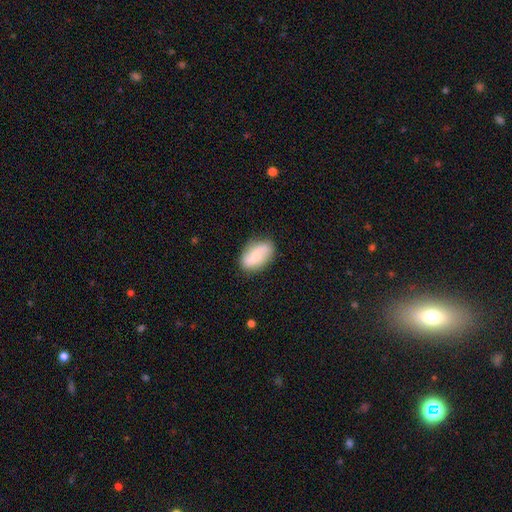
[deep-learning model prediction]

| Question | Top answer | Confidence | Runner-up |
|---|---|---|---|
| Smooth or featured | smooth | 51% | featured or disk (42%) |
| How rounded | in between | 90% | round (7%) |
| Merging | none | 80% | minor disturbance (15%) |